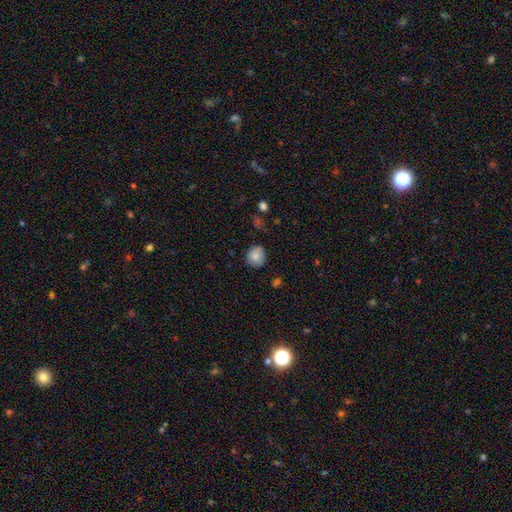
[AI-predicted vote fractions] Morphology: type=smooth (85%); roundness=round (86%); merging=none (81%).